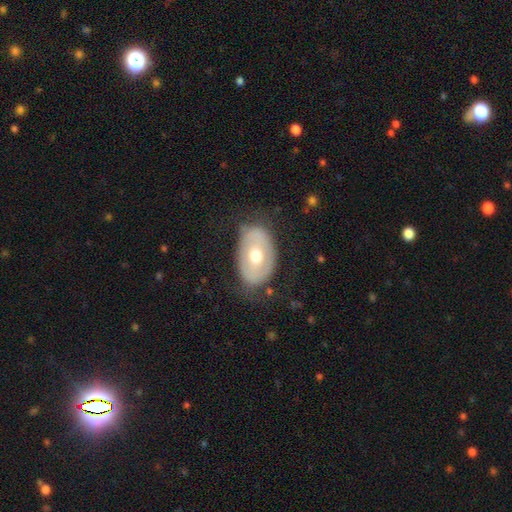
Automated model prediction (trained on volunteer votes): This appears to be a featured or disk galaxy (48%). Merging: none (73%).